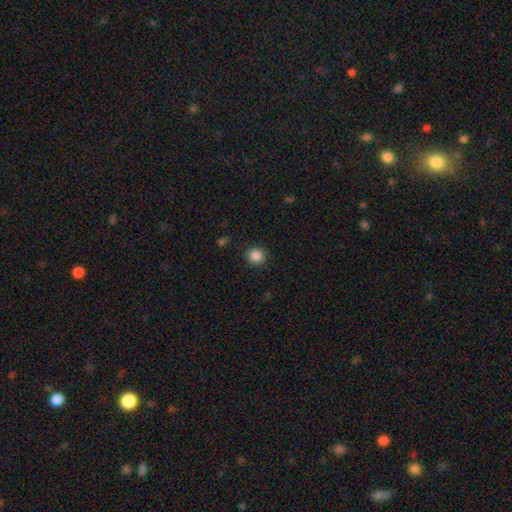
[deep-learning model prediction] Smooth or featured: smooth — 86% (star or artifact — 10%)
How rounded: round — 90% (in between — 9%)
Merging: none — 90% (minor disturbance — 7%)